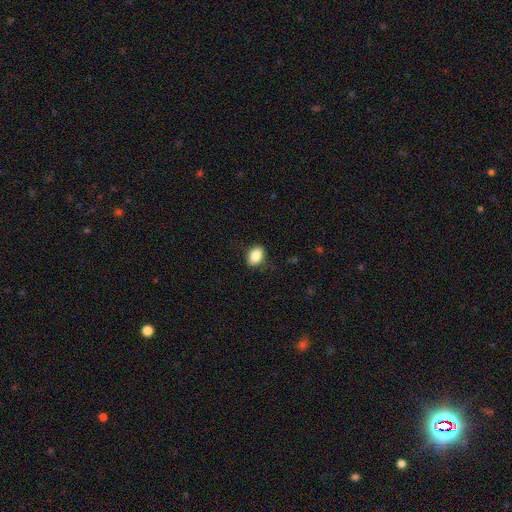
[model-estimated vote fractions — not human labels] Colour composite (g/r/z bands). It shows a smooth galaxy with no disk features (88%) that is in between round and cigar-shaped (81%). Merging: none (83%).